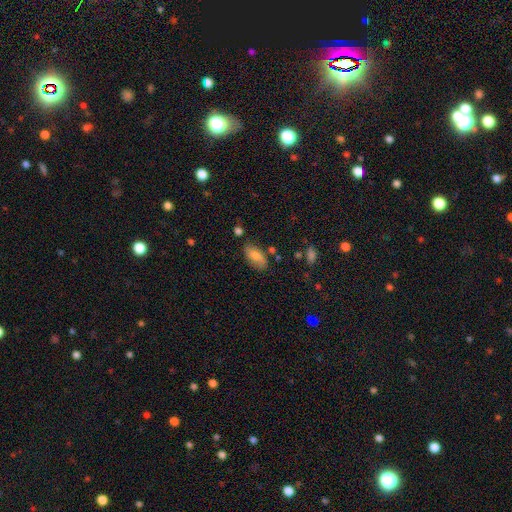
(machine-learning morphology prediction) smooth_or_featured: smooth (p=0.78) [alt: featured or disk p=0.15]
how_rounded: in between (p=0.91) [alt: cigar-shaped p=0.06]
merging: none (p=0.72) [alt: minor disturbance p=0.19]